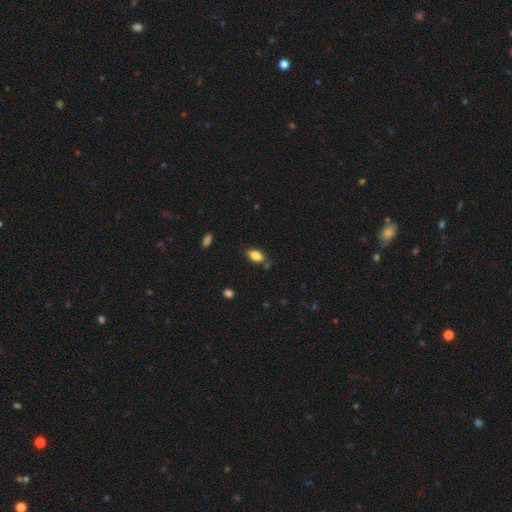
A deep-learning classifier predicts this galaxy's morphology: A smooth galaxy with no disk features (84%) that is in between round and cigar-shaped (90%).

Vote fractions:
- Smooth or featured? smooth: 84% / star or artifact: 8% / featured or disk: 8%
- How rounded? in between: 90% / cigar-shaped: 6% / round: 4%
- Merging? none: 76% / minor disturbance: 15% / merger: 5% / major disturbance: 3%